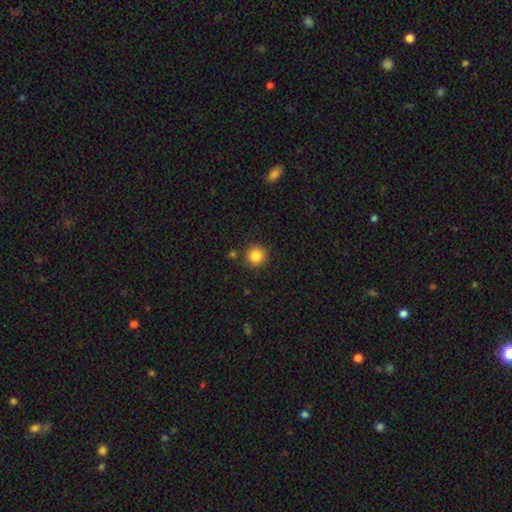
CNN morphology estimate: A smooth galaxy with no disk features (86%) that is round (95%). Merging: none (88%).